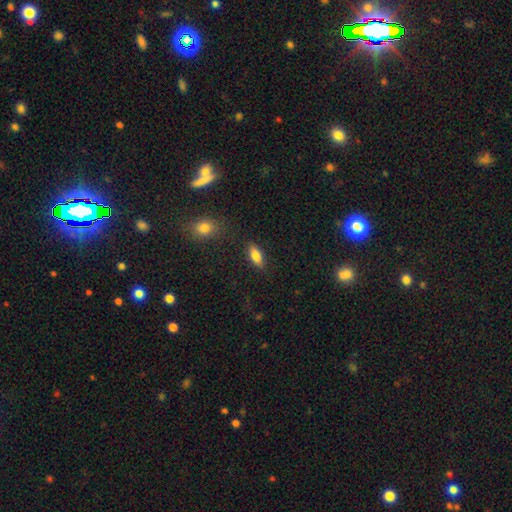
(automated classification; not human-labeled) Smooth or featured? smooth (79%)
How rounded? in between (79%)
Merging? none (86%)